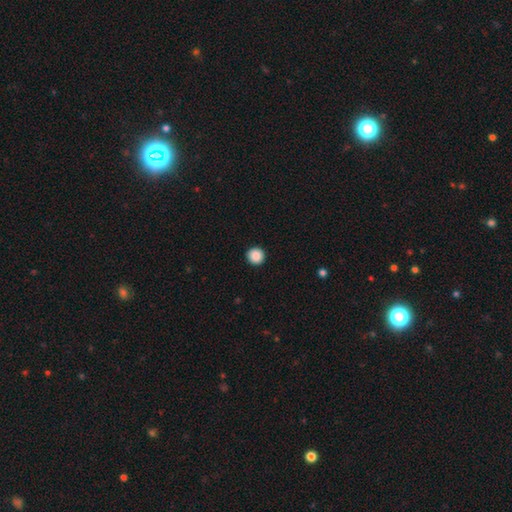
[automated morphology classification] Q: Smooth or featured?
A: smooth (89%); runner-up: star or artifact (9%)
Q: How rounded?
A: round (96%); runner-up: in between (3%)
Q: Merging?
A: none (93%); runner-up: minor disturbance (4%)